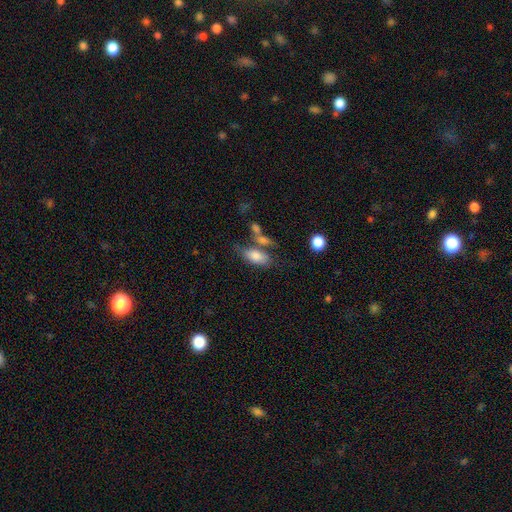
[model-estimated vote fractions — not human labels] smooth-or-featured: smooth: 78% | featured or disk: 14% | star or artifact: 7%
  how-rounded: in between: 84% | cigar-shaped: 12% | round: 4%
  merging: none: 48% | merger: 25% | minor disturbance: 18% | major disturbance: 9%